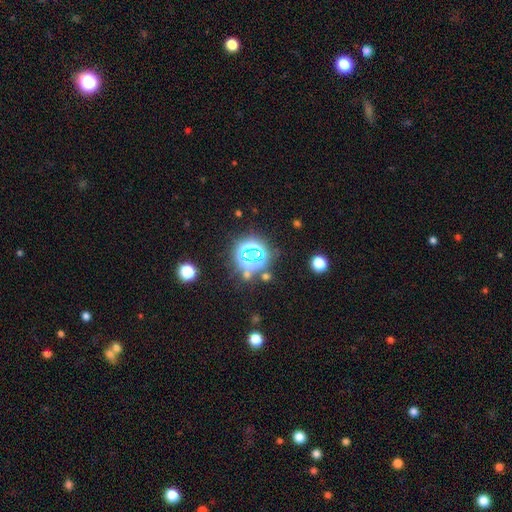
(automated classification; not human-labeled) Smooth or featured? star or artifact (67%)